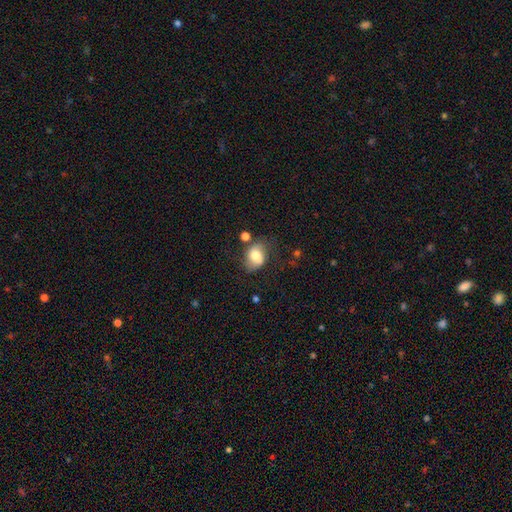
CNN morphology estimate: Smooth or featured?
  - smooth: 68% *
  - featured or disk: 24%
  - star or artifact: 9%
How rounded?
  - in between: 67% *
  - round: 32%
  - cigar-shaped: 1%
Merging?
  - none: 55% *
  - minor disturbance: 25%
  - major disturbance: 12%
  - merger: 8%